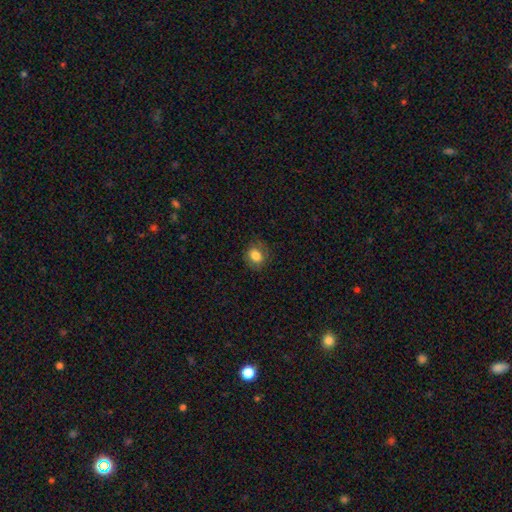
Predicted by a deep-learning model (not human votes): smooth 79%, featured or disk 11%, star or artifact 10%. Down the decision tree: how rounded — round (58%); merging — none (77%).